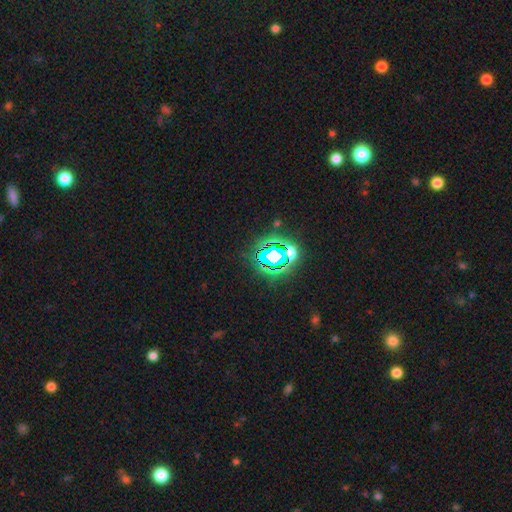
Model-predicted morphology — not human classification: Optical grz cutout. It shows a star or artifact, not a galaxy (81%).